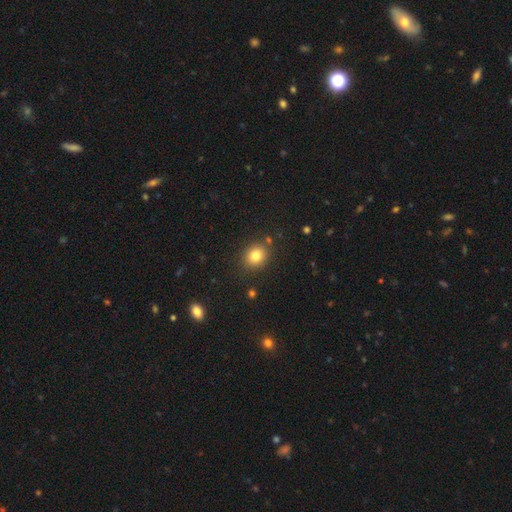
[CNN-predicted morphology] Overall: smooth (81%). How rounded: round (66%; in between 33%). Merging: none (84%).